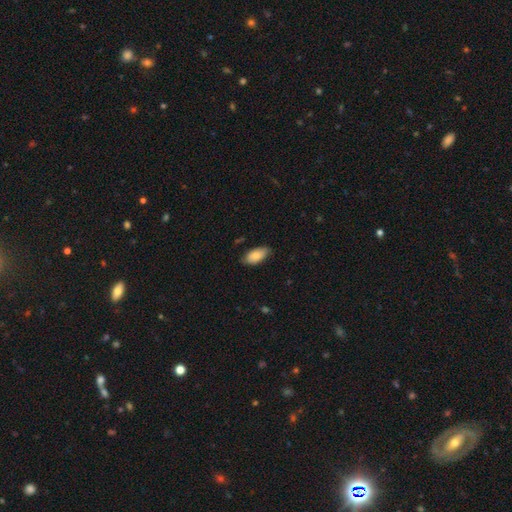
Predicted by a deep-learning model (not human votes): A smooth galaxy with no disk features (82%) that is in between round and cigar-shaped (92%). Merging: none (77%).